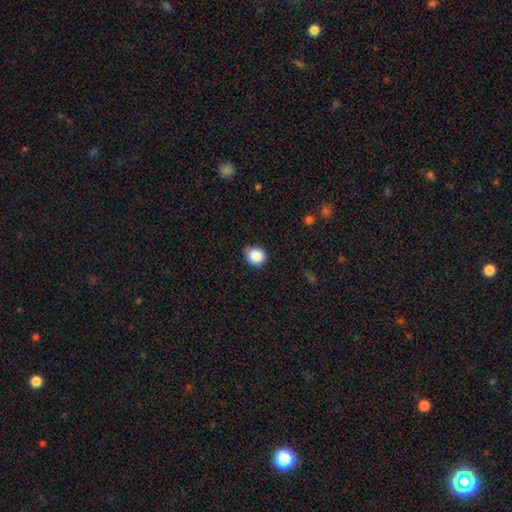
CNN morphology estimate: type=smooth (88%); roundness=round (73%); merging=none (80%).